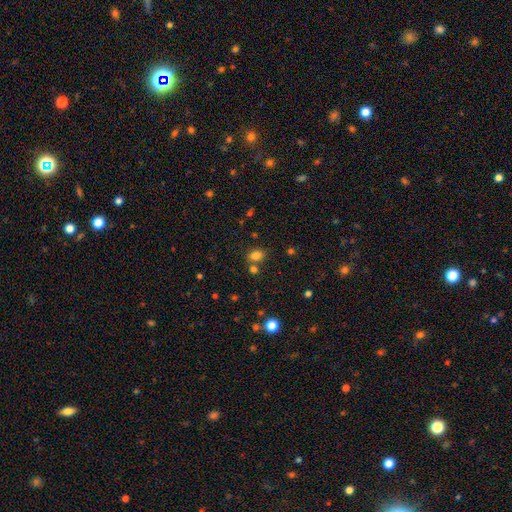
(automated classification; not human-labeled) Morphology: type=smooth (79%); roundness=in between (73%); merging=none (67%).